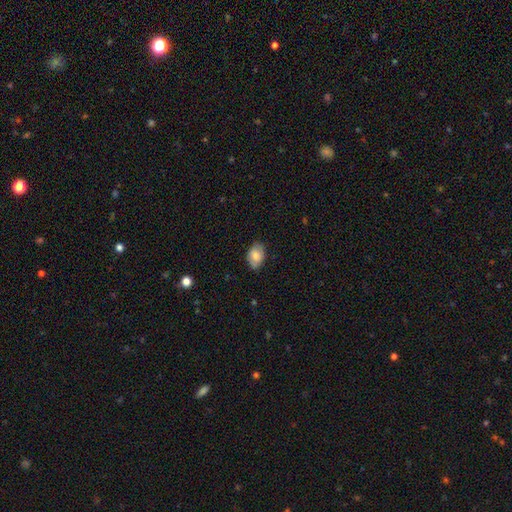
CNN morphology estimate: A smooth galaxy with no disk features (76%) that is in between round and cigar-shaped (85%).

Vote fractions:
- Smooth or featured? smooth: 76% / featured or disk: 17% / star or artifact: 7%
- How rounded? in between: 85% / round: 14% / cigar-shaped: 1%
- Merging? none: 76% / minor disturbance: 20% / major disturbance: 3% / merger: 1%